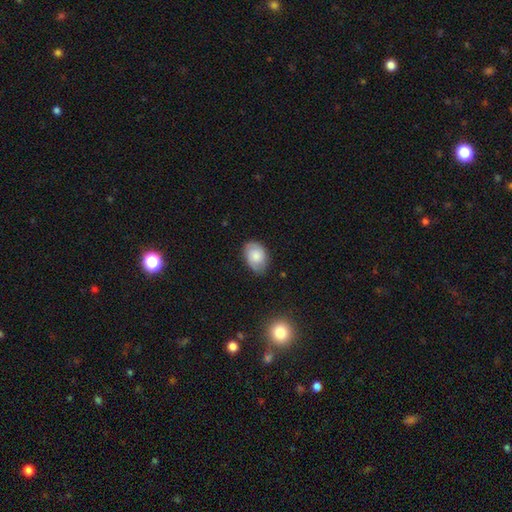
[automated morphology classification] Q: Smooth or featured?
A: smooth (57%); runner-up: featured or disk (34%)
Q: How rounded?
A: in between (82%); runner-up: round (17%)
Q: Merging?
A: none (74%); runner-up: minor disturbance (20%)